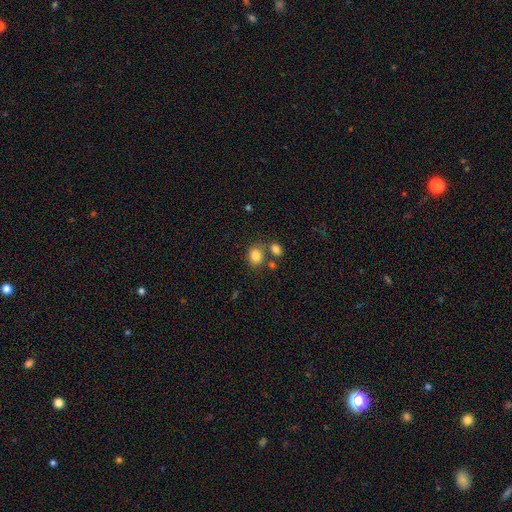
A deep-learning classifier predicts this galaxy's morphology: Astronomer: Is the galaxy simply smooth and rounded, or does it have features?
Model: smooth — 82%.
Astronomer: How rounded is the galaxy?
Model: in between — 53% (runner-up: round, 46%).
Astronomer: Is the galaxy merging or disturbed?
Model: none — 61%.